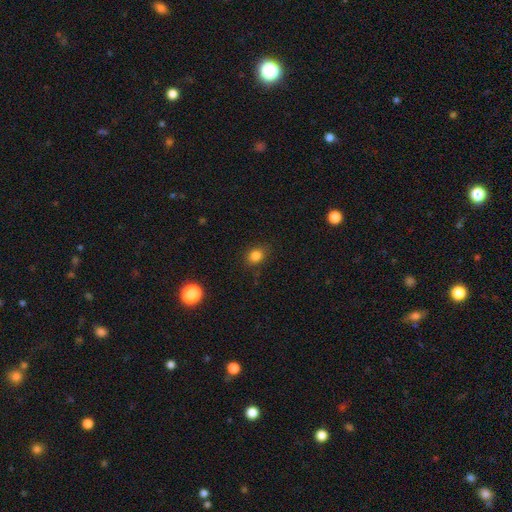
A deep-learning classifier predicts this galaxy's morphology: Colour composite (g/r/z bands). It shows a smooth galaxy with no disk features (82%) that is round (51%). Merging: none (84%).